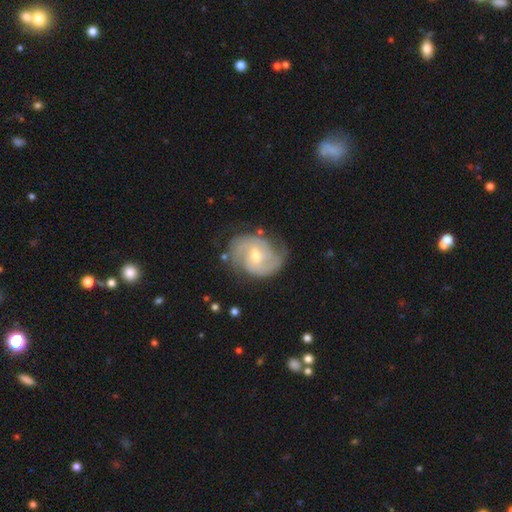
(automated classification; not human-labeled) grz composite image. It shows a featured or disk galaxy (83%) with a weak bar (49%), 2 (74%) medium (45%) spiral arms (95%) and a moderate central bulge (55%). Merging: none (73%).